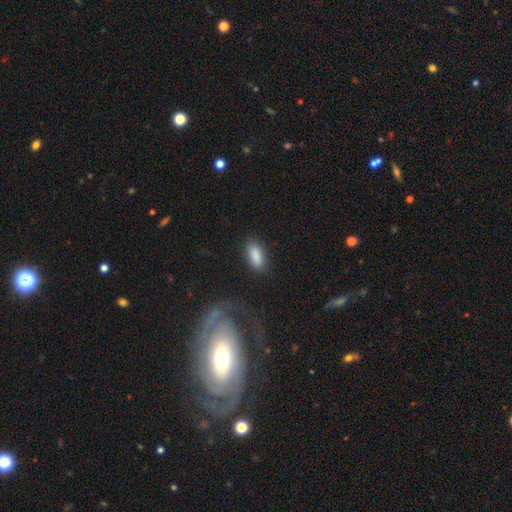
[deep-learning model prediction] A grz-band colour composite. It shows a smooth galaxy with no disk features (88%) that is in between round and cigar-shaped (86%). Merging: none (80%).